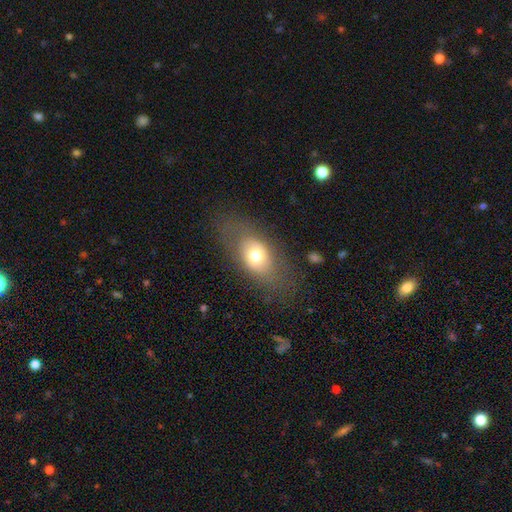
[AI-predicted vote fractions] A smooth galaxy with no disk features (64%) that is in between round and cigar-shaped (81%). Merging: none (72%).